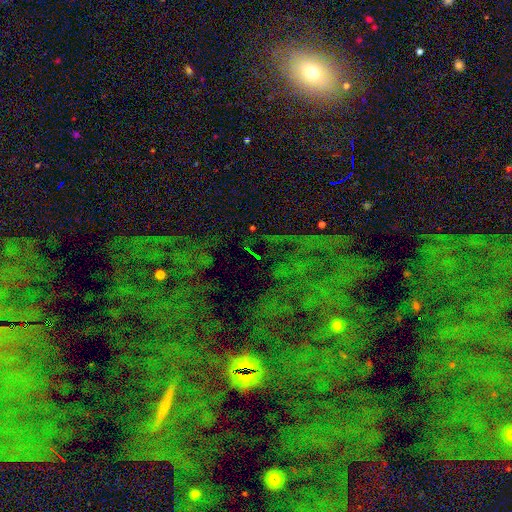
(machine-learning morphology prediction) Smooth or featured? Predicted: star or artifact (p=0.72).